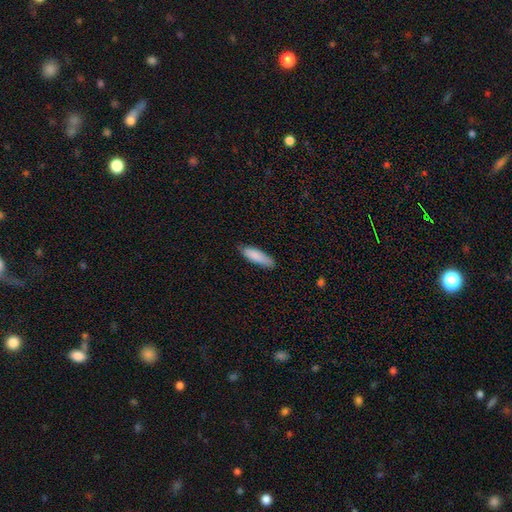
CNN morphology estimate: Smooth or featured: smooth — 86% (featured or disk — 8%)
How rounded: cigar-shaped — 53% (in between — 45%)
Merging: none — 78% (minor disturbance — 18%)